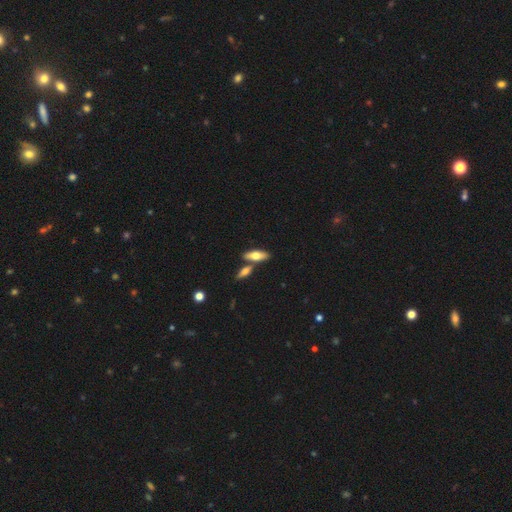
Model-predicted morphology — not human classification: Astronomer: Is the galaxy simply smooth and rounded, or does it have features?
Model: smooth — 64%.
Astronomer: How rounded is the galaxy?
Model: in between — 68%.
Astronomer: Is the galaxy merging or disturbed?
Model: none — 65%.